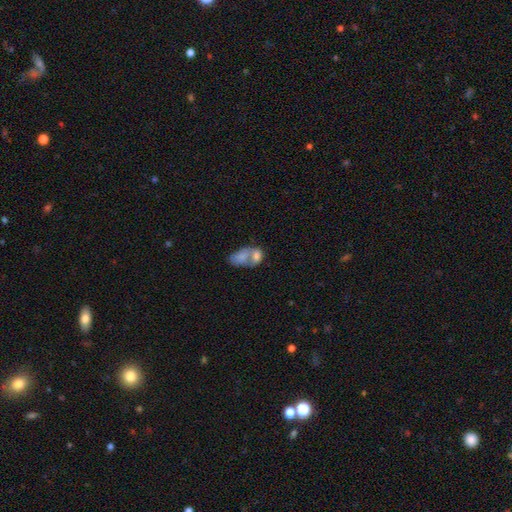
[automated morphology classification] Smooth or featured: smooth — 66% (featured or disk — 25%)
How rounded: in between — 85% (round — 13%)
Merging: merger — 69% (none — 16%)